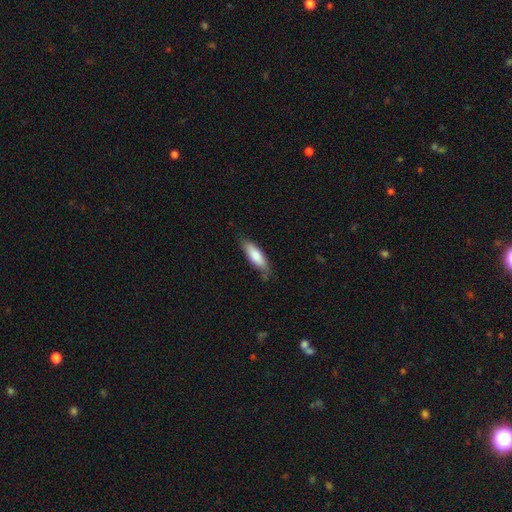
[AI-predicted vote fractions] Morphology: type=smooth (82%); roundness=in between (52%); merging=none (75%).